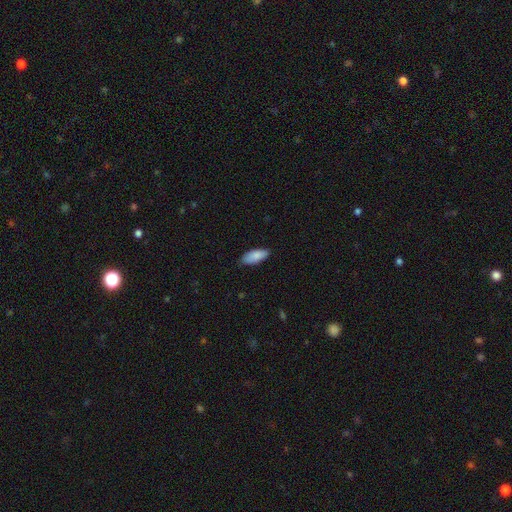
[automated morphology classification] Smooth or featured?
  - smooth: 87% *
  - featured or disk: 7%
  - star or artifact: 6%
How rounded?
  - in between: 83% *
  - cigar-shaped: 15%
  - round: 2%
Merging?
  - none: 84% *
  - minor disturbance: 13%
  - major disturbance: 2%
  - merger: 1%